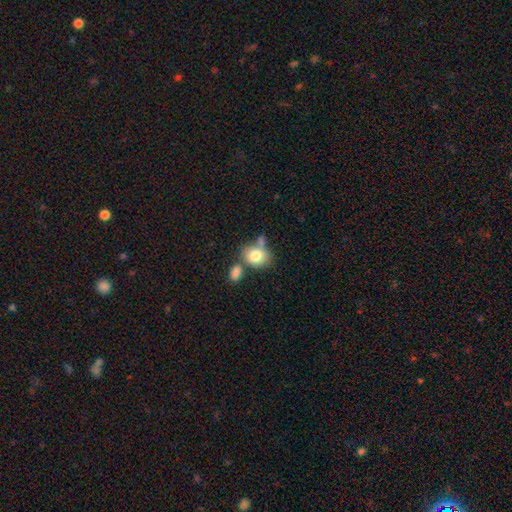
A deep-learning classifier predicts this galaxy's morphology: Overall: smooth (78%). How rounded: in between (60%; round 39%). Merging: none (44%; merger 33%).